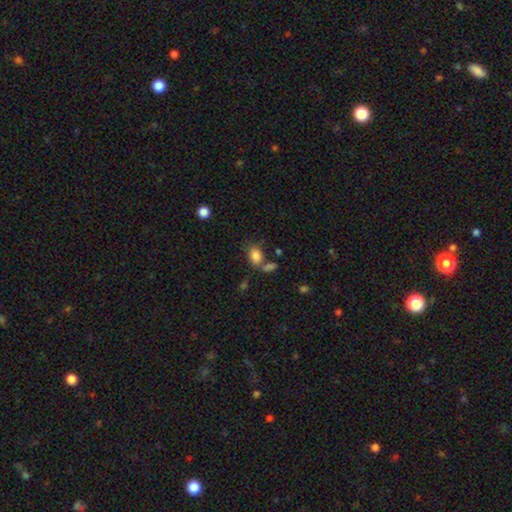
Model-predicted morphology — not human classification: Smooth or featured? smooth (83%)
How rounded? in between (77%)
Merging? none (54%)